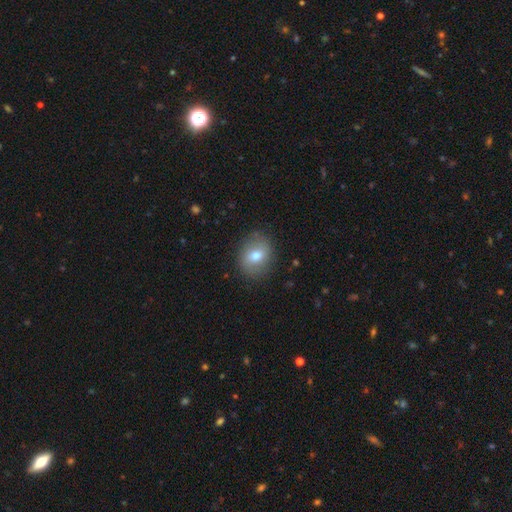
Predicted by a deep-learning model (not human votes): Smooth or featured?
  - smooth: 72% *
  - featured or disk: 19%
  - star or artifact: 9%
How rounded?
  - round: 56% *
  - in between: 43%
  - cigar-shaped: 1%
Merging?
  - none: 85% *
  - minor disturbance: 11%
  - major disturbance: 3%
  - merger: 1%